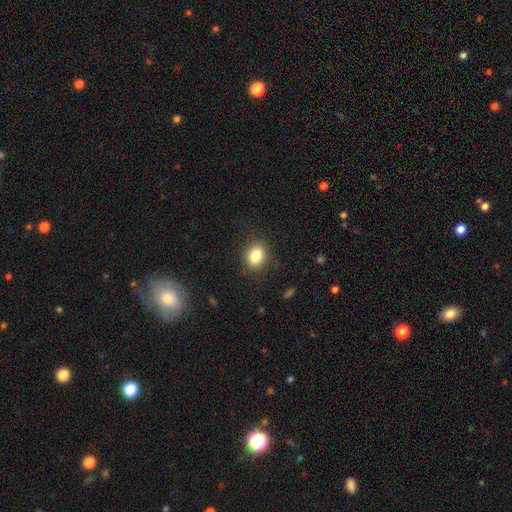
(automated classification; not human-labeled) Morphology: type=smooth (84%); roundness=in between (53%); merging=none (85%).